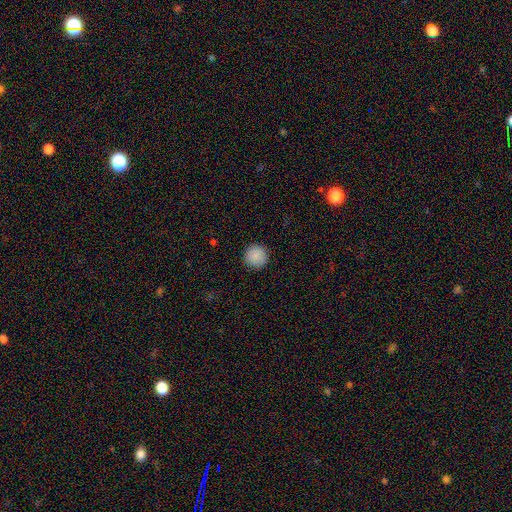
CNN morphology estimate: Smooth or featured?
  - smooth: 89% *
  - star or artifact: 8%
  - featured or disk: 3%
How rounded?
  - round: 96% *
  - in between: 3%
  - cigar-shaped: 1%
Merging?
  - none: 93% *
  - minor disturbance: 5%
  - major disturbance: 2%
  - merger: 1%